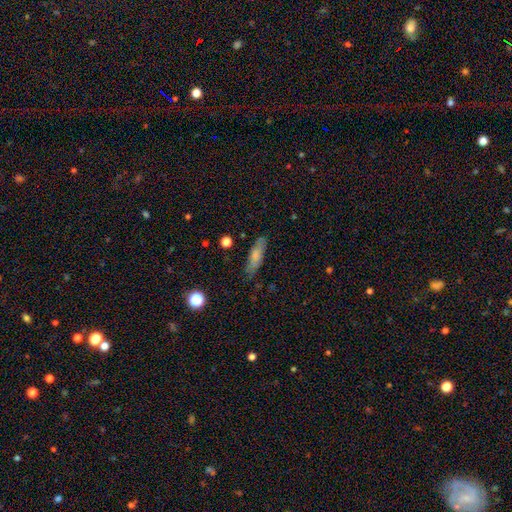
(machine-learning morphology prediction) A smooth galaxy with no disk features (71%) that is cigar-shaped (61%).

Vote fractions:
- Smooth or featured? smooth: 71% / featured or disk: 21% / star or artifact: 8%
- How rounded? cigar-shaped: 61% / in between: 37% / round: 2%
- Merging? none: 79% / minor disturbance: 15% / major disturbance: 4% / merger: 2%